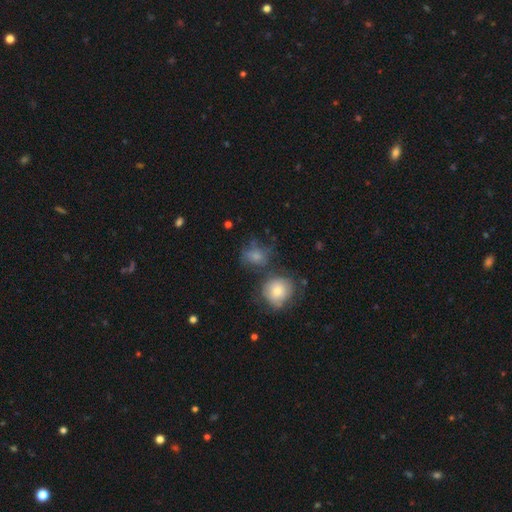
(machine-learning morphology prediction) smooth_or_featured: smooth (p=0.68) [alt: featured or disk p=0.20]
how_rounded: round (p=0.64) [alt: in between p=0.34]
merging: none (p=0.43) [alt: minor disturbance p=0.21]